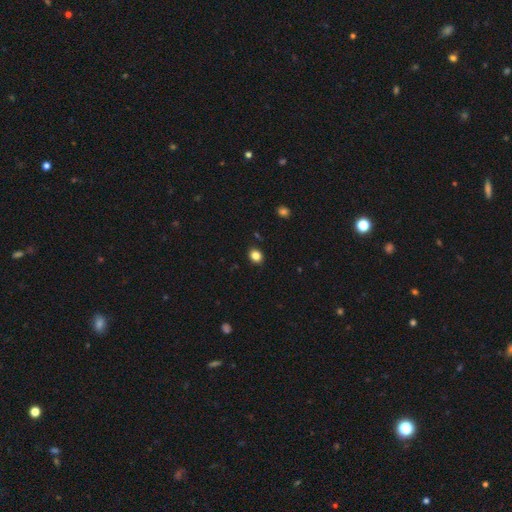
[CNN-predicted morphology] Smooth or featured: smooth — 84% (star or artifact — 11%)
How rounded: round — 66% (in between — 33%)
Merging: none — 89% (minor disturbance — 7%)